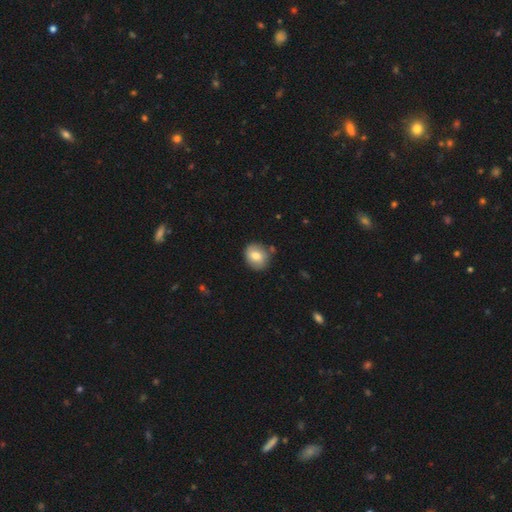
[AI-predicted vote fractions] smooth-or-featured: smooth: 75% | featured or disk: 18% | star or artifact: 8%
  how-rounded: round: 69% | in between: 30% | cigar-shaped: 1%
  merging: none: 78% | minor disturbance: 15% | merger: 4% | major disturbance: 3%